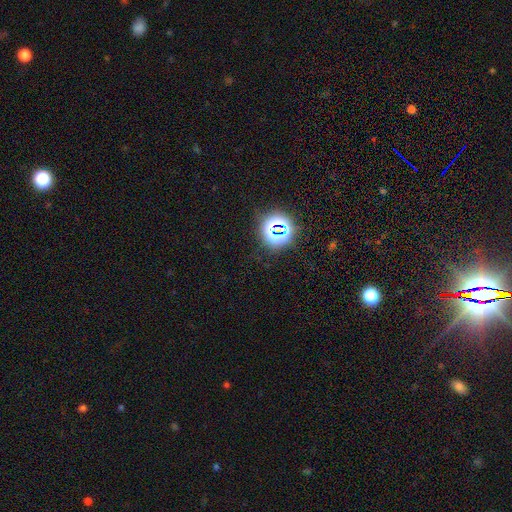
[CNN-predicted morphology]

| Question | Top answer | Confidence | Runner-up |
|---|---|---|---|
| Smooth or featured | star or artifact | 76% | smooth (16%) |